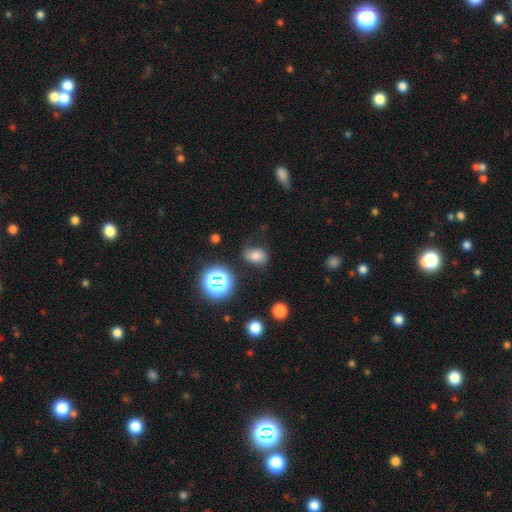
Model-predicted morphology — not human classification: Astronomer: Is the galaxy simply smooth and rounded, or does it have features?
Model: smooth — 65%.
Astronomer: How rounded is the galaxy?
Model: in between — 70%.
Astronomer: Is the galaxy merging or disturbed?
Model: none — 64%.